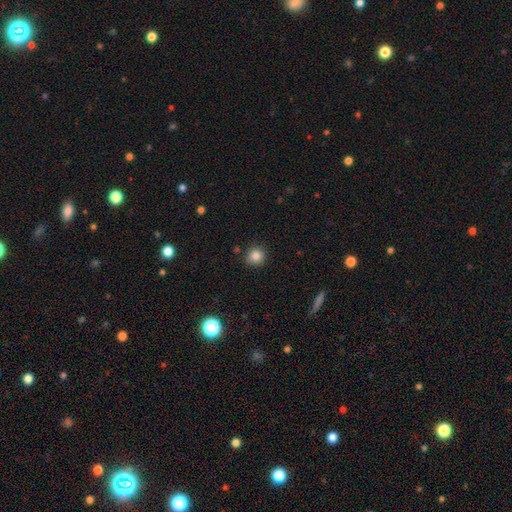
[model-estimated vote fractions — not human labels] Smooth or featured? Predicted: smooth (p=0.84). How rounded? Predicted: round (p=0.90). Merging? Predicted: none (p=0.85).